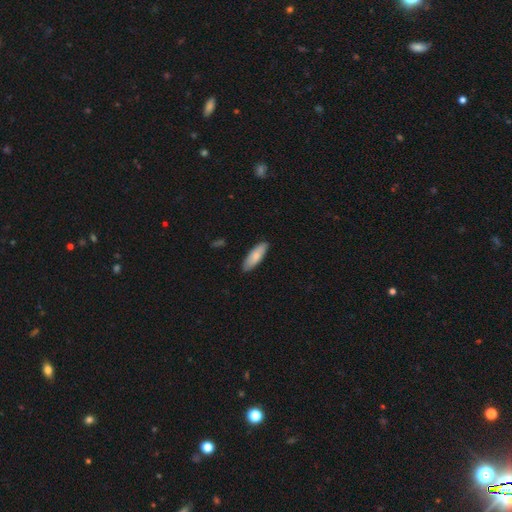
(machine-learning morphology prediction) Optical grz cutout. It shows a smooth galaxy with no disk features (79%) that is in between round and cigar-shaped (62%). Merging: none (87%).